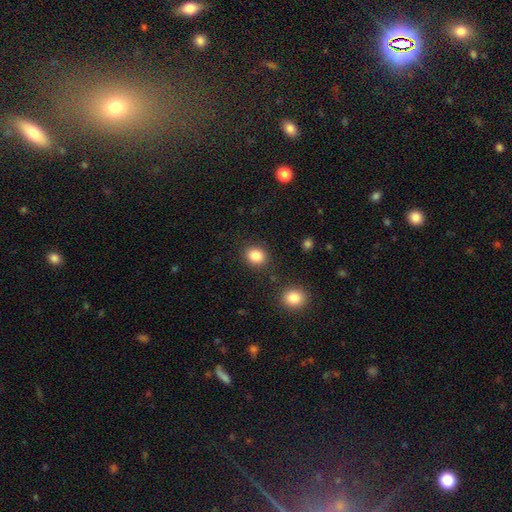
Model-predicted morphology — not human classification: smooth-or-featured: smooth: 85% | star or artifact: 10% | featured or disk: 5%
  how-rounded: round: 65% | in between: 34% | cigar-shaped: 1%
  merging: none: 84% | minor disturbance: 9% | merger: 4% | major disturbance: 3%